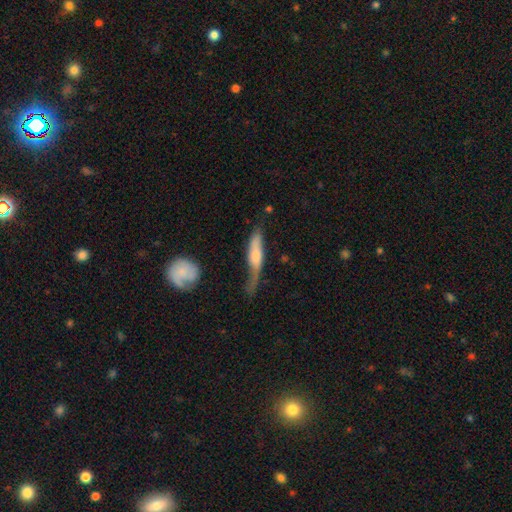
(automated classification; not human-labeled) Q: Smooth or featured?
A: smooth (55%); runner-up: featured or disk (40%)
Q: How rounded?
A: cigar-shaped (69%); runner-up: in between (29%)
Q: Merging?
A: minor disturbance (32%); tied with: major disturbance (32%)